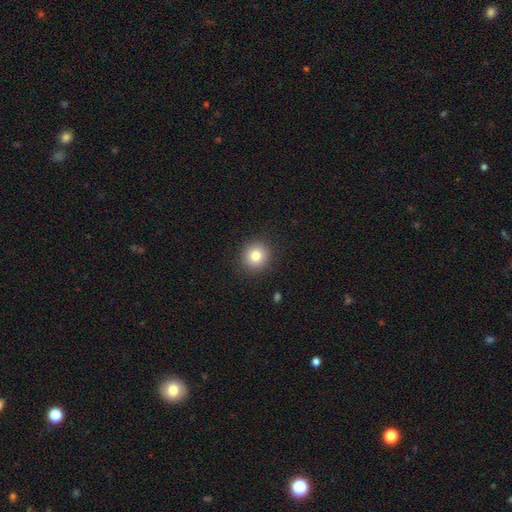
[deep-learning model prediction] Smooth or featured: smooth — 81% (star or artifact — 11%)
How rounded: round — 91% (in between — 8%)
Merging: none — 91% (minor disturbance — 6%)